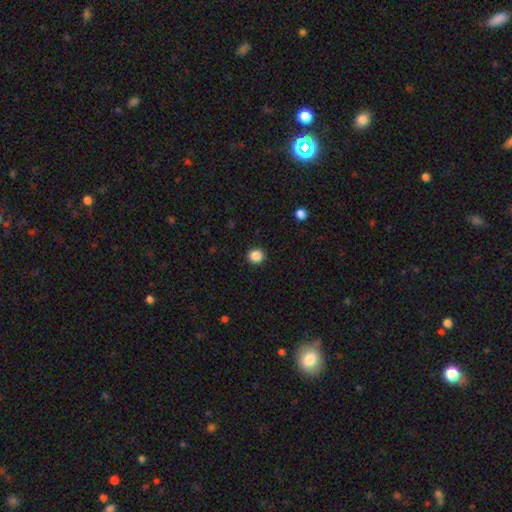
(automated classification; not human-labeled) This is clearly a smooth galaxy (87%). How rounded: clearly round (92%). Merging: clearly none (93%).